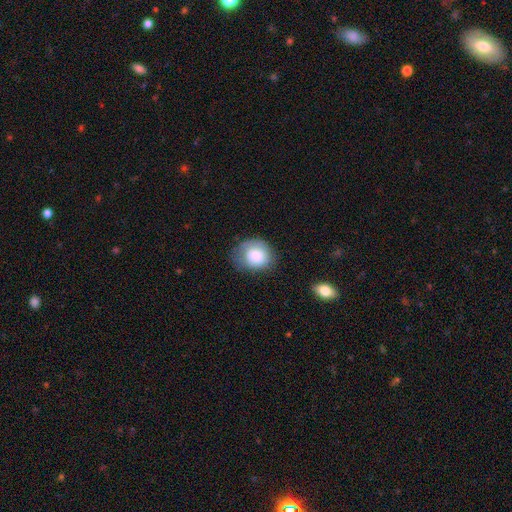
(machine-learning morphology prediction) smooth-or-featured: smooth: 80% | featured or disk: 13% | star or artifact: 7%
  how-rounded: round: 65% | in between: 34% | cigar-shaped: 1%
  merging: none: 62% | minor disturbance: 26% | major disturbance: 10% | merger: 2%